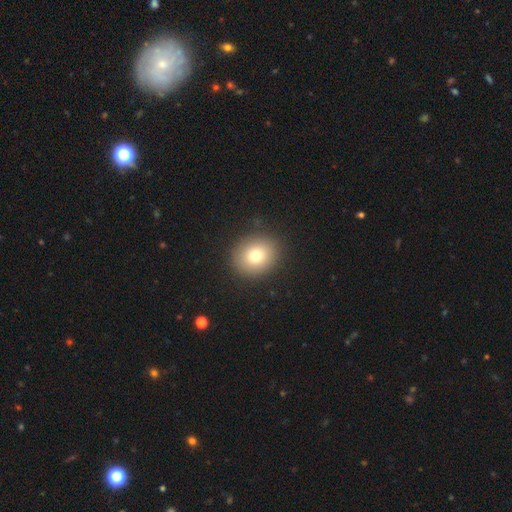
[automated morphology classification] smooth 78%, featured or disk 11%, star or artifact 11%. Down the decision tree: how rounded — round (73%); merging — none (89%).